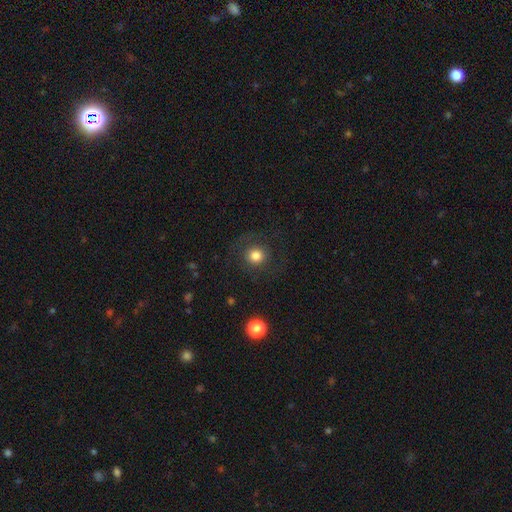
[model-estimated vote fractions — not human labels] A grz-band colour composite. It shows a smooth galaxy with no disk features (78%) that is round (90%). Merging: none (82%).